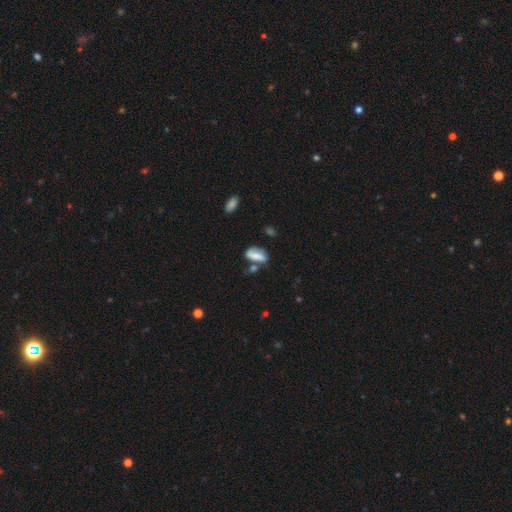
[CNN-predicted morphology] This is possibly a smooth galaxy (58%). How rounded: clearly in between (81%). Merging: possibly none (47%).